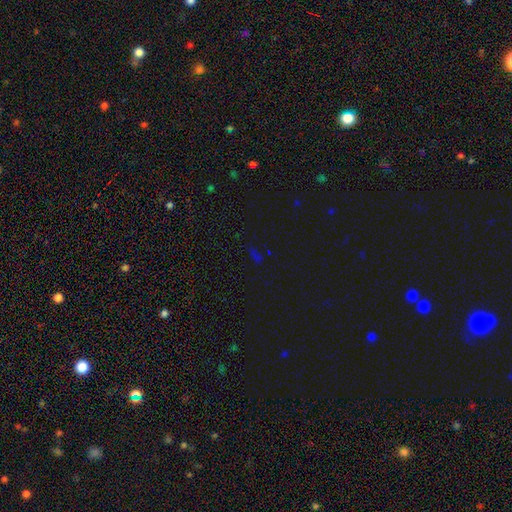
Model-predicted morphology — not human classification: This is likely a star or artifact rather than a galaxy (63%).